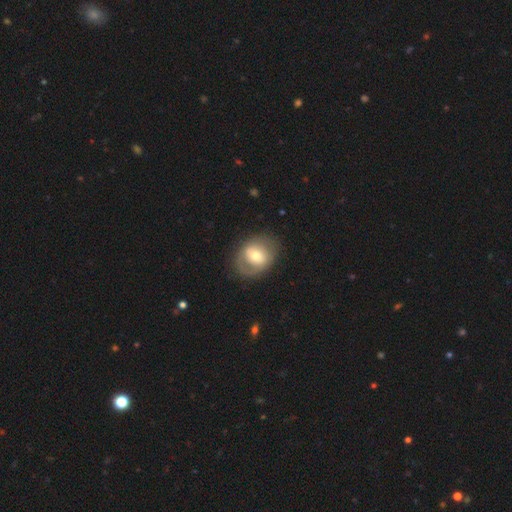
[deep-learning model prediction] Smooth or featured? Predicted: smooth (p=0.48). Merging? Predicted: none (p=0.71).